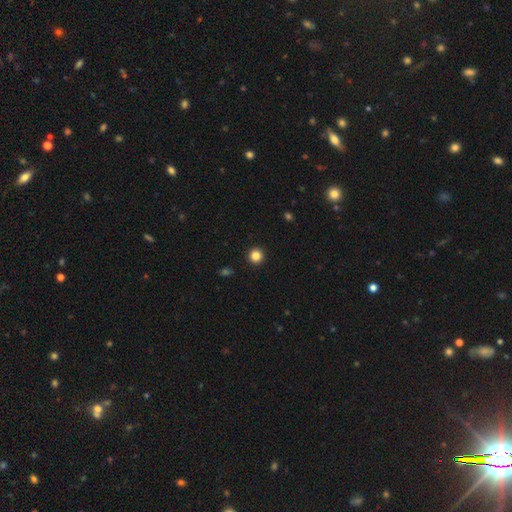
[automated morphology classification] Overall: smooth (85%). How rounded: round (96%). Merging: none (94%).